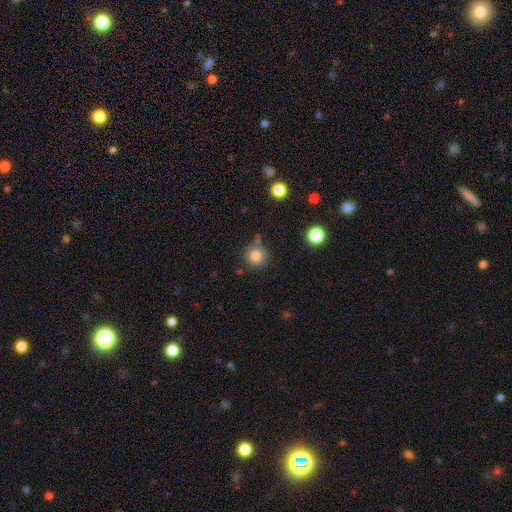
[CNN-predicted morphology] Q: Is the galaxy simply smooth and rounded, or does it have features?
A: smooth — 83%.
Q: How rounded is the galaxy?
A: round — 93%.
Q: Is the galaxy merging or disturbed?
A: none — 76%.